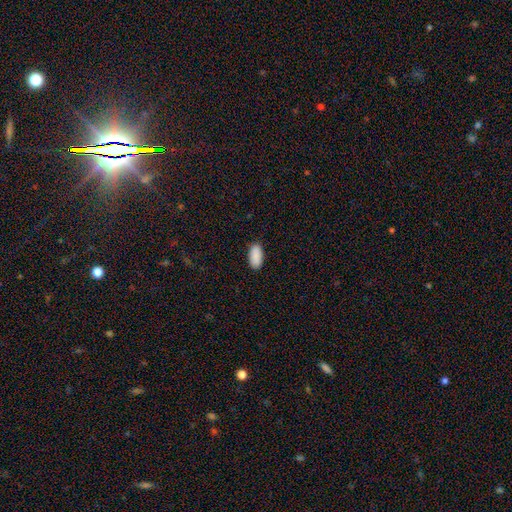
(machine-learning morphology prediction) Q: Smooth or featured?
A: smooth (91%); runner-up: star or artifact (6%)
Q: How rounded?
A: in between (93%); runner-up: cigar-shaped (5%)
Q: Merging?
A: none (89%); runner-up: minor disturbance (8%)